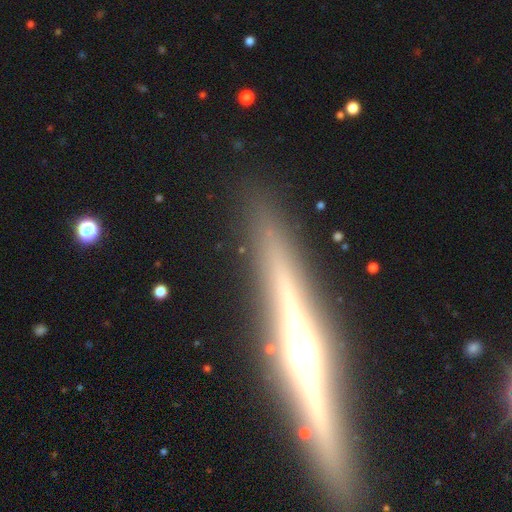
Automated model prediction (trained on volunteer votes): smooth-or-featured: featured or disk: 82% | smooth: 10% | star or artifact: 8%
  disk-edge-on: yes: 97% | no: 3%
    edge-on-bulge: rounded: 78% | boxy: 15% | none: 7%
  merging: none: 89% | minor disturbance: 7% | major disturbance: 2% | merger: 1%